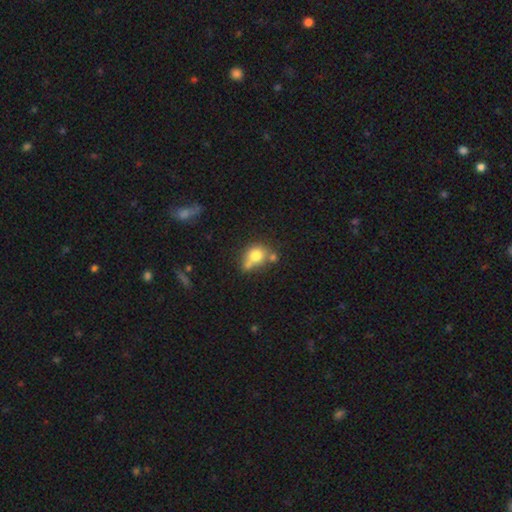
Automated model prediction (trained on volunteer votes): This is likely a smooth galaxy (74%). How rounded: likely round (68%). Merging: marginally none (39%).